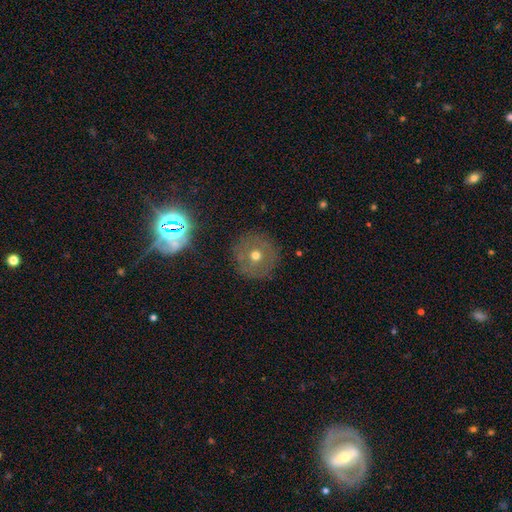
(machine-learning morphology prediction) The model was most divided on "smooth or featured": smooth: 49%, featured or disk: 38%, star or artifact: 13%. More confident: merging — none (84%).